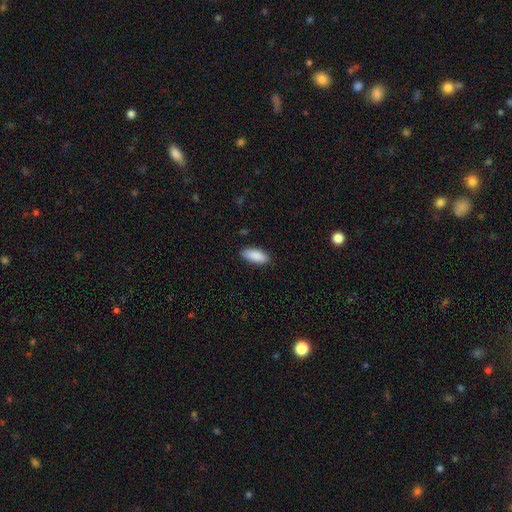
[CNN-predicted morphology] Overall: smooth (89%). How rounded: in between (82%). Merging: none (88%).